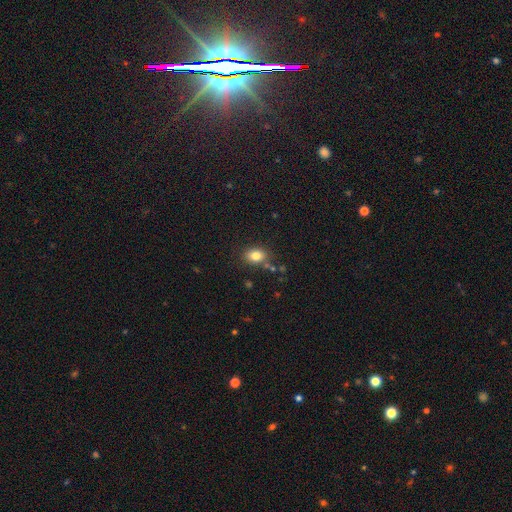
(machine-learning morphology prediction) Smooth or featured: smooth — 81% (star or artifact — 11%)
How rounded: in between — 63% (round — 36%)
Merging: none — 78% (minor disturbance — 13%)